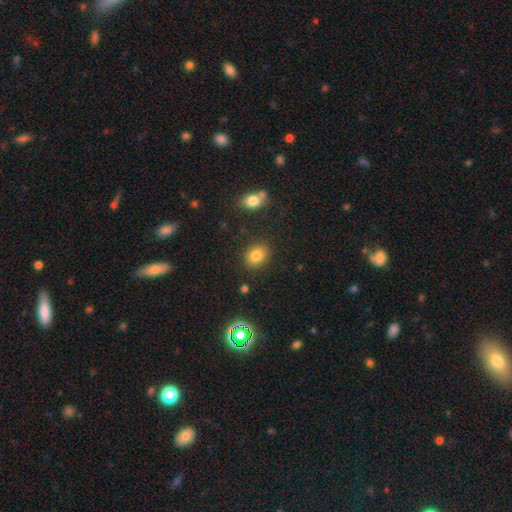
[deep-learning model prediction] A smooth galaxy with no disk features (81%) that is round (51%). Merging: none (85%).